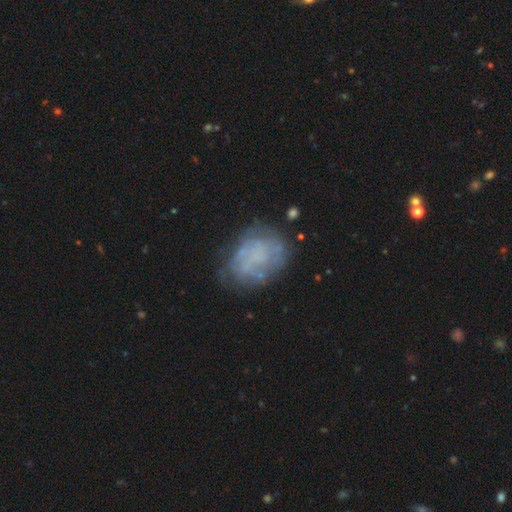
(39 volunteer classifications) Smooth or featured? 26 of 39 (67%) said smooth. How rounded? 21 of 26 (81%) said in between. Merging? 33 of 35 (94%) said none.